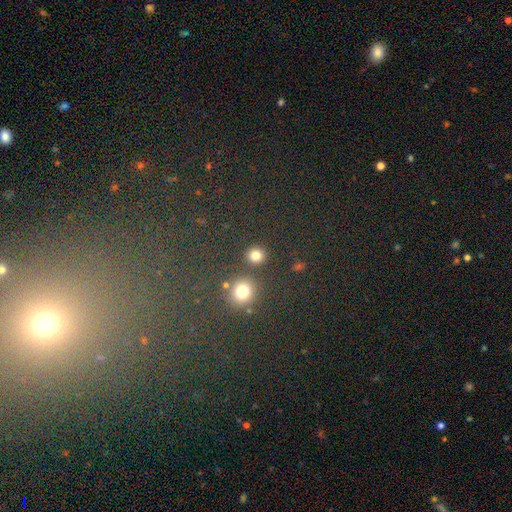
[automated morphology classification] Q: Smooth or featured?
A: smooth (80%); runner-up: star or artifact (15%)
Q: How rounded?
A: round (89%); runner-up: in between (10%)
Q: Merging?
A: none (83%); runner-up: merger (8%)